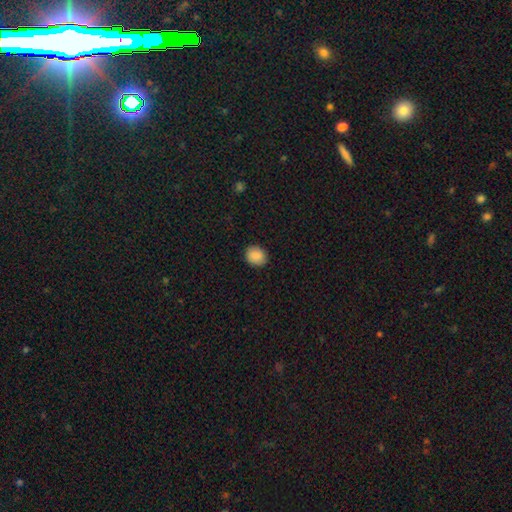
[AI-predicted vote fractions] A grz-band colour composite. It shows a smooth galaxy with no disk features (89%) that is round (60%). Merging: none (89%).